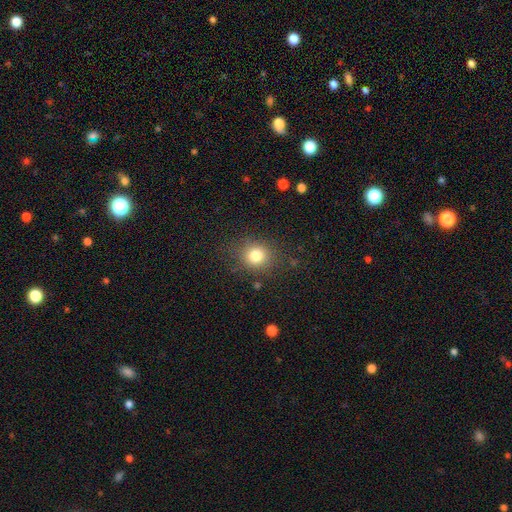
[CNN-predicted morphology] Smooth or featured? Predicted: smooth (p=0.80). How rounded? Predicted: round (p=0.82). Merging? Predicted: none (p=0.83).